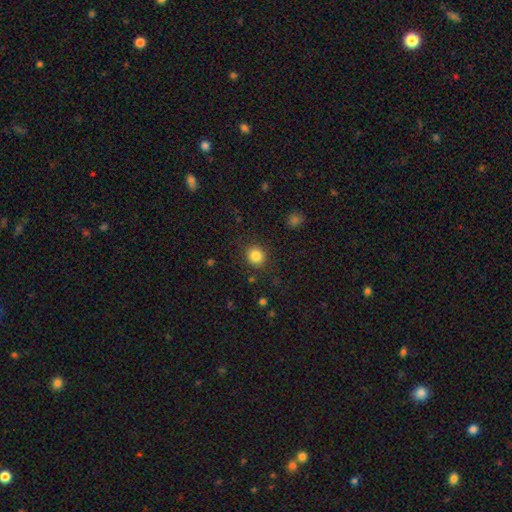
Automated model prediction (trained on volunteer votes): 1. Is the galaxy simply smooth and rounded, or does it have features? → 85% smooth, 10% star or artifact, 5% featured or disk.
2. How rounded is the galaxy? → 86% round, 13% in between, 1% cigar-shaped.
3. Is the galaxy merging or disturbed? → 88% none, 8% minor disturbance, 3% major disturbance, 2% merger.